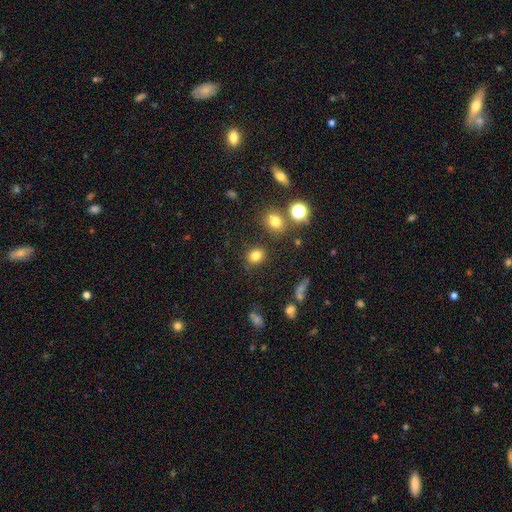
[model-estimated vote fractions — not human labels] A smooth galaxy with no disk features (80%) that is round (57%). Merging: none (83%).